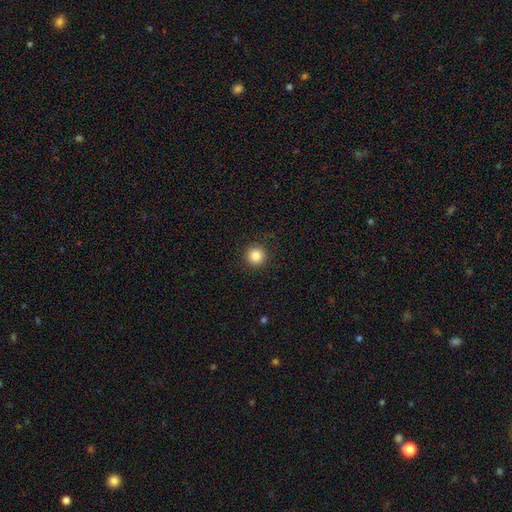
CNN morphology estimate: This is clearly a smooth galaxy (85%). How rounded: clearly round (96%). Merging: clearly none (91%).